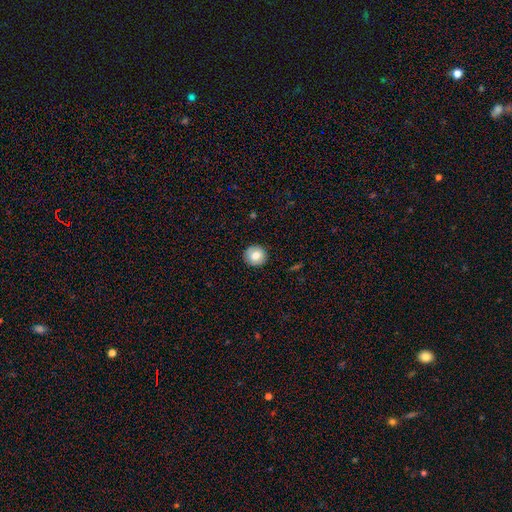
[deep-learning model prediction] A smooth galaxy with no disk features (76%) that is round (90%). Merging: none (90%).